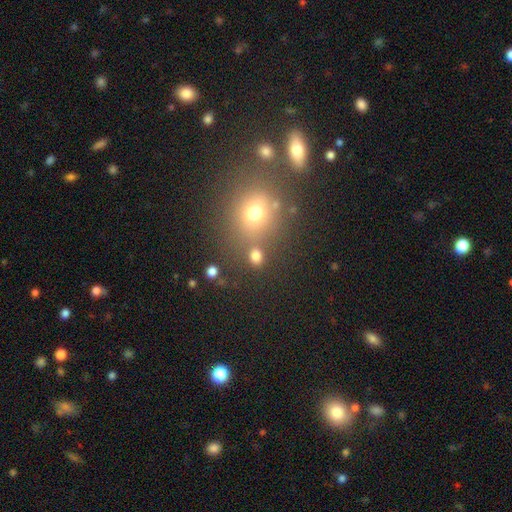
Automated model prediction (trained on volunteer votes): smooth 76%, star or artifact 17%, featured or disk 7%. Down the decision tree: how rounded — round (62%); merging — none (73%).